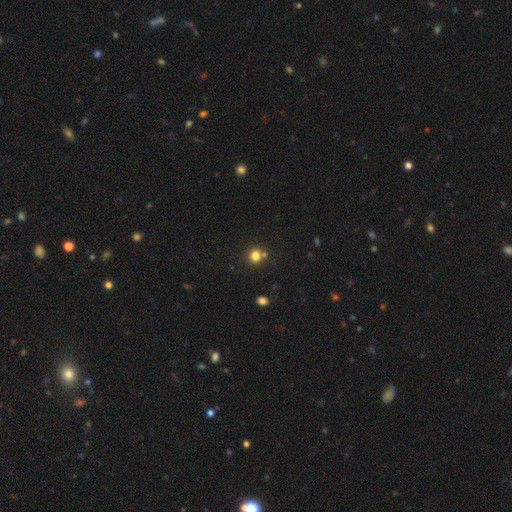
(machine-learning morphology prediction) The model was most divided on "merging": none: 68%, merger: 20%, minor disturbance: 9%, major disturbance: 3%. More confident: how rounded — round (86%); smooth or featured — smooth (79%).